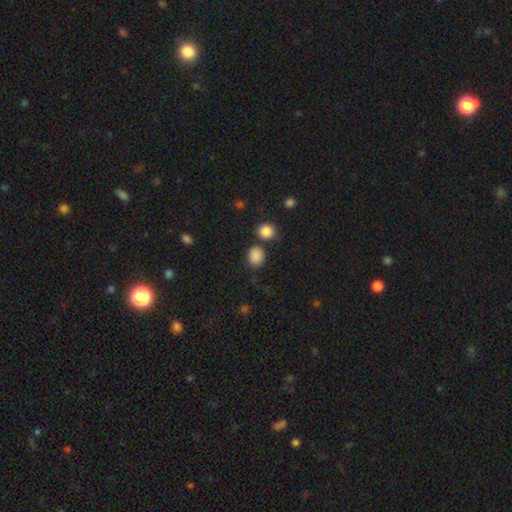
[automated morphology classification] Smooth or featured: smooth — 86% (star or artifact — 11%)
How rounded: round — 68% (in between — 31%)
Merging: none — 72% (minor disturbance — 12%)